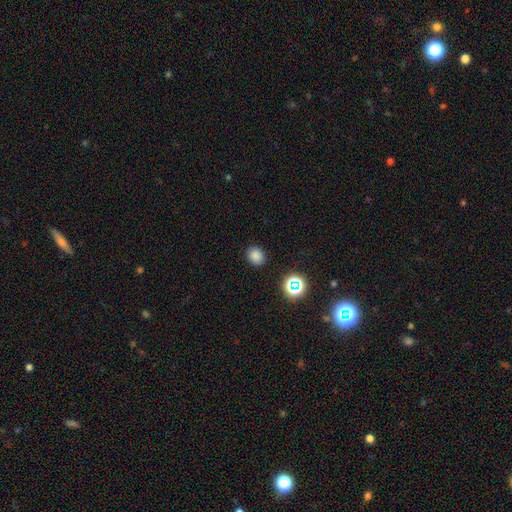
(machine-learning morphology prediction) A smooth galaxy with no disk features (80%) that is round (65%).

Vote fractions:
- Smooth or featured? smooth: 80% / star or artifact: 16% / featured or disk: 4%
- How rounded? round: 65% / in between: 34% / cigar-shaped: 1%
- Merging? none: 88% / minor disturbance: 8% / major disturbance: 2% / merger: 1%